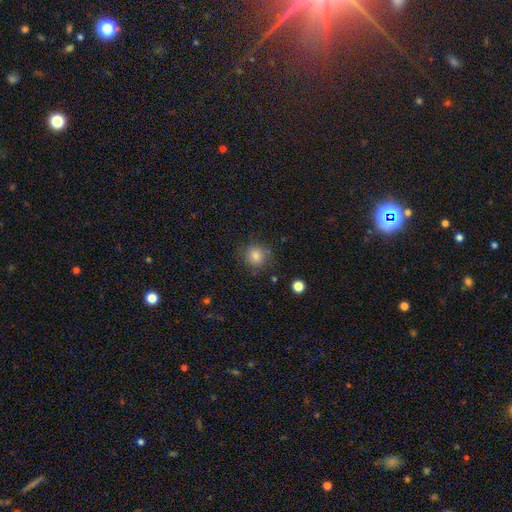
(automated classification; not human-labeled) The model was most divided on "merging": none: 79%, minor disturbance: 15%, major disturbance: 5%, merger: 2%. More confident: how rounded — round (89%); smooth or featured — smooth (80%).